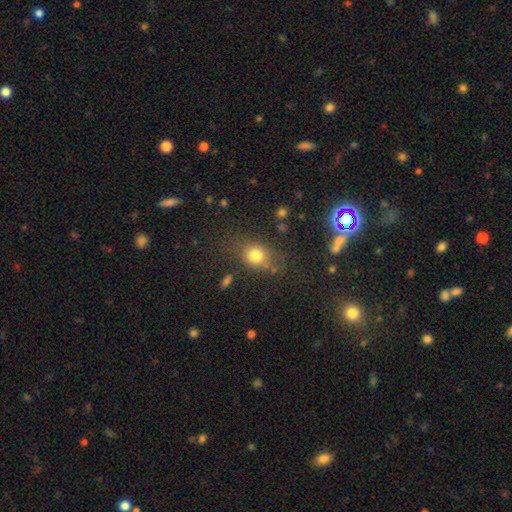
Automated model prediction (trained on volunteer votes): Smooth or featured? smooth (77%)
How rounded? round (54%)
Merging? none (69%)